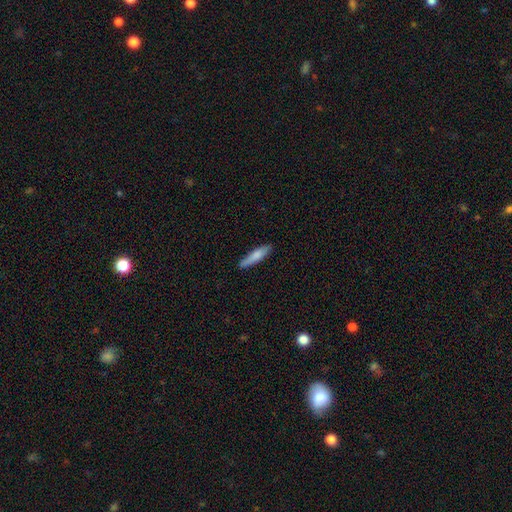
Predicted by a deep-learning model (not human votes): This appears to be a smooth galaxy with no disk features (74%) that is cigar-shaped (82%). Merging: none (82%).